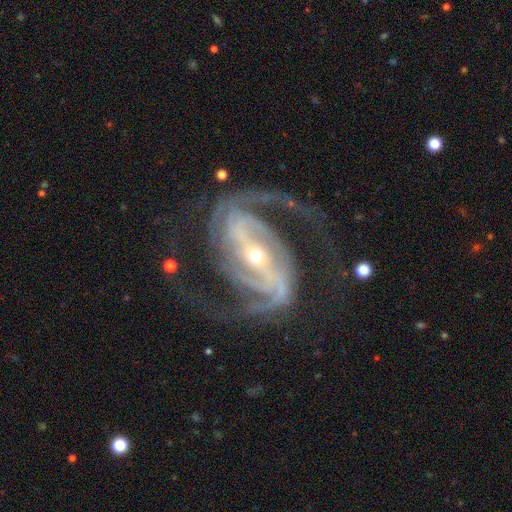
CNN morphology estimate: Smooth or featured: featured or disk — 93% (star or artifact — 4%)
Edge-on disk: no — 97% (yes — 3%)
Bar: strong — 70% (weak — 22%)
Spiral arms: yes — 98% (no — 2%)
Spiral winding: medium — 56% (tight — 25%)
Spiral arm count: 2 — 79% (3 — 10%)
Bulge size: small — 61% (moderate — 35%)
Merging: none — 71% (minor disturbance — 14%)